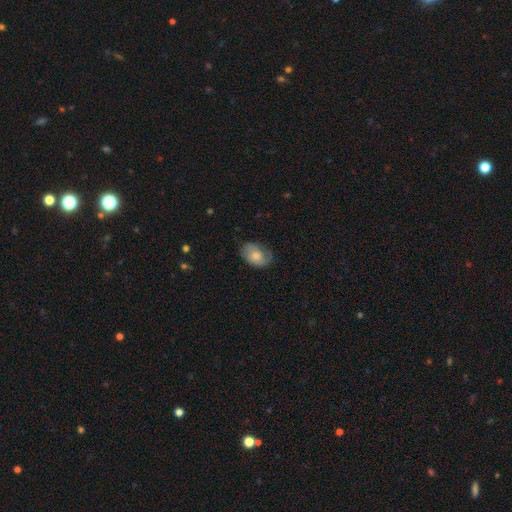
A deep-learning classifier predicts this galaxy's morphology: This appears to be a smooth galaxy with no disk features (66%) that is in between round and cigar-shaped (81%). Merging: none (66%).